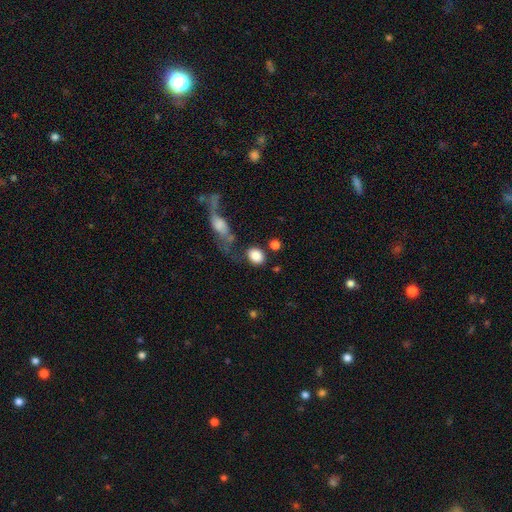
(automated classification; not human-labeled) Smooth or featured? smooth (86%)
How rounded? in between (56%)
Merging? none (60%)